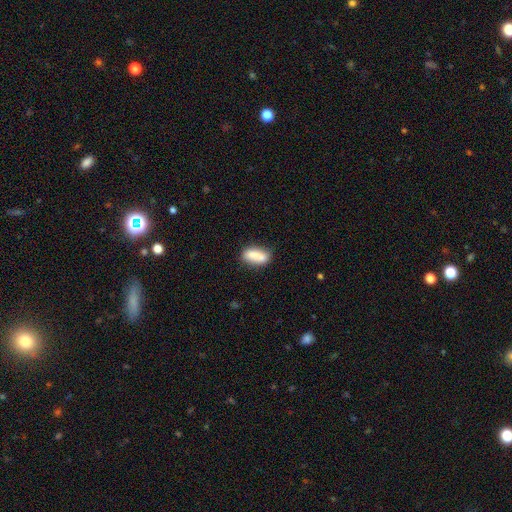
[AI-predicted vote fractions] smooth_or_featured: smooth (p=0.81) [alt: featured or disk p=0.12]
how_rounded: in between (p=0.72) [alt: cigar-shaped p=0.24]
merging: none (p=0.66) [alt: minor disturbance p=0.20]